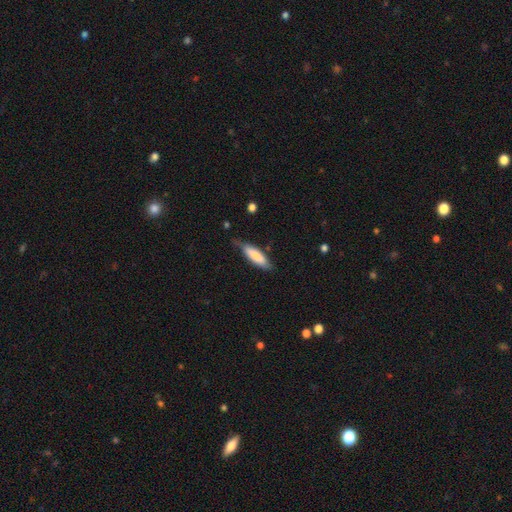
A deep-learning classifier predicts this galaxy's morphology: The model was most divided on "how rounded": cigar-shaped: 51%, in between: 47%, round: 1%. More confident: smooth or featured — smooth (76%); merging — none (62%).